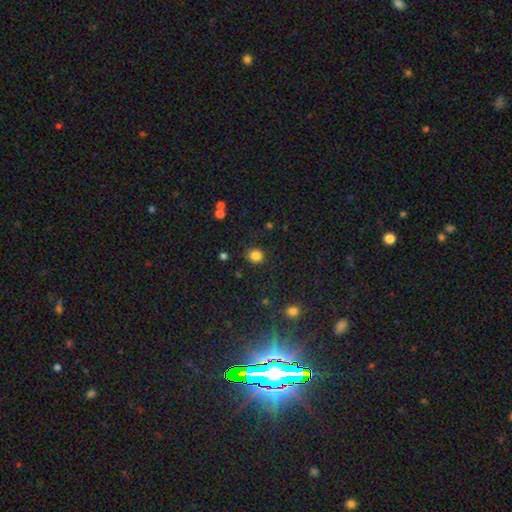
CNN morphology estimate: Q: Smooth or featured?
A: smooth (84%); runner-up: star or artifact (12%)
Q: How rounded?
A: round (80%); runner-up: in between (20%)
Q: Merging?
A: none (86%); runner-up: minor disturbance (9%)